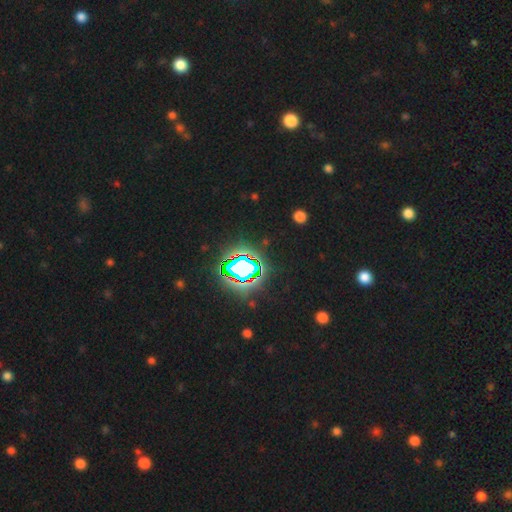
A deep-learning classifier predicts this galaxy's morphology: A star or artifact, not a galaxy (84%).